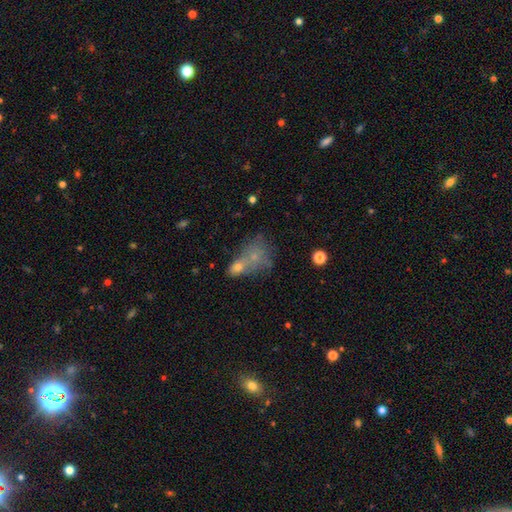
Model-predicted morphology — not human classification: A smooth galaxy with no disk features (58%) that is in between round and cigar-shaped (60%). Merging: merger (53%).